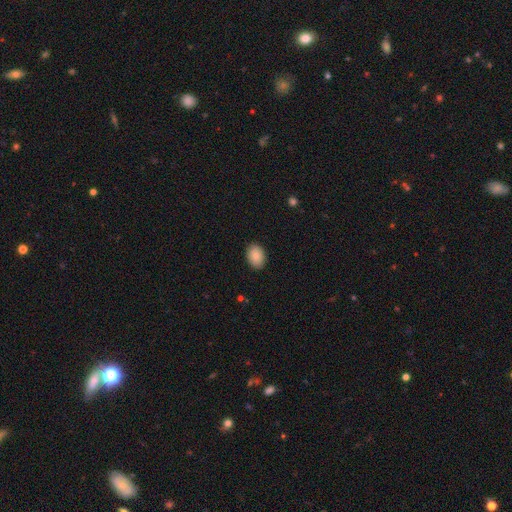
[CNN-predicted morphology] Smooth or featured? smooth (88%)
How rounded? in between (79%)
Merging? none (89%)